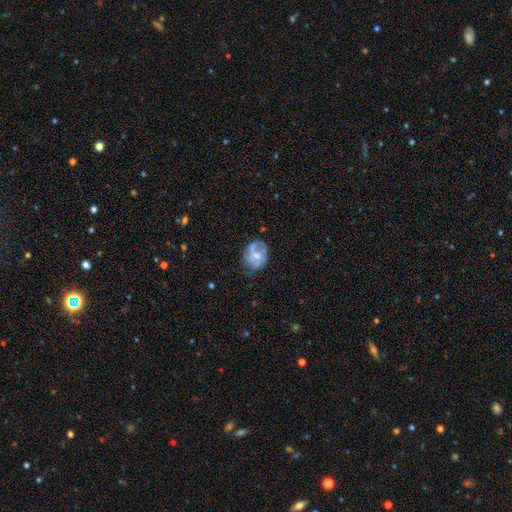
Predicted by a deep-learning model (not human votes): Smooth or featured?
  - featured or disk: 54% *
  - smooth: 38%
  - star or artifact: 8%
Edge-on disk?
  - no: 97% *
  - yes: 3%
Bar?
  - no: 66% *
  - weak: 29%
  - strong: 6%
Spiral arms?
  - yes: 51% *
  - no: 49%
Bulge size?
  - moderate: 45% *
  - small: 38%
  - none: 11%
  - large: 4%
  - dominant: 1%
Merging?
  - none: 50% *
  - minor disturbance: 28%
  - major disturbance: 17%
  - merger: 5%